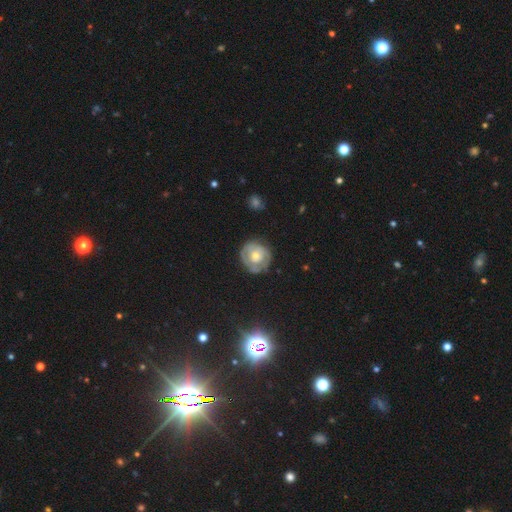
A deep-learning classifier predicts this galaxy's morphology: smooth_or_featured: featured or disk (p=0.61) [alt: smooth p=0.31]
disk_edge_on: no (p=0.96) [alt: yes p=0.04]
bar: no (p=0.80) [alt: weak p=0.17]
has_spiral_arms: yes (p=0.64) [alt: no p=0.36]
bulge_size: moderate (p=0.59) [alt: small p=0.32]
merging: none (p=0.70) [alt: minor disturbance p=0.21]